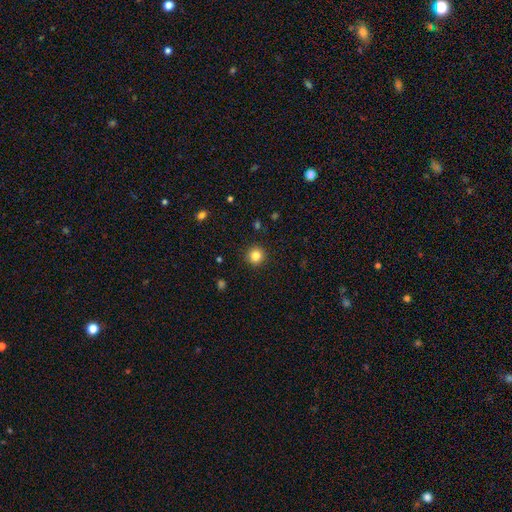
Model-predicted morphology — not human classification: Q: Smooth or featured?
A: smooth (83%); runner-up: star or artifact (12%)
Q: How rounded?
A: round (94%); runner-up: in between (5%)
Q: Merging?
A: none (92%); runner-up: minor disturbance (5%)